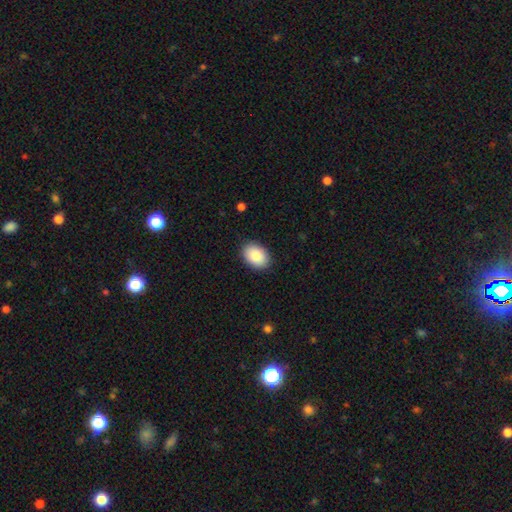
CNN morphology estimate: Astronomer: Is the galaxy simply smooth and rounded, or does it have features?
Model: smooth — 87%.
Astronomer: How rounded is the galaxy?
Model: in between — 79%.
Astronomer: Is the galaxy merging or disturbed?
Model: none — 88%.